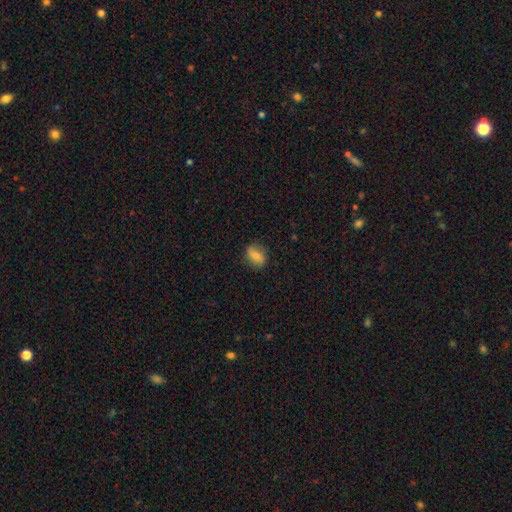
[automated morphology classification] A smooth galaxy with no disk features (71%) that is in between round and cigar-shaped (67%).

Vote fractions:
- Smooth or featured? smooth: 71% / featured or disk: 21% / star or artifact: 8%
- How rounded? in between: 67% / round: 29% / cigar-shaped: 4%
- Merging? none: 83% / minor disturbance: 13% / major disturbance: 3% / merger: 1%